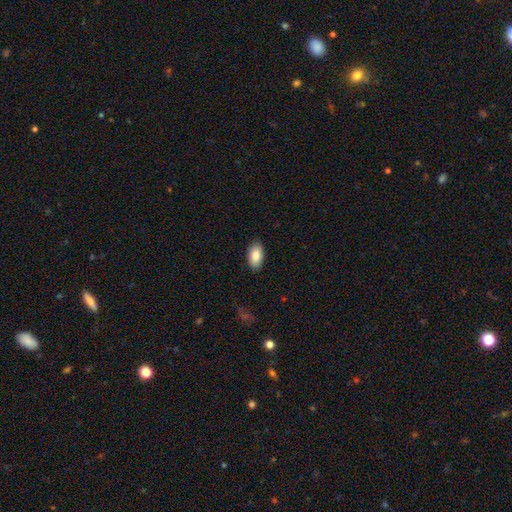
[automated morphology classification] Smooth or featured?
  - smooth: 87% *
  - featured or disk: 7%
  - star or artifact: 7%
How rounded?
  - in between: 94% *
  - round: 3%
  - cigar-shaped: 3%
Merging?
  - none: 88% *
  - minor disturbance: 9%
  - major disturbance: 2%
  - merger: 1%